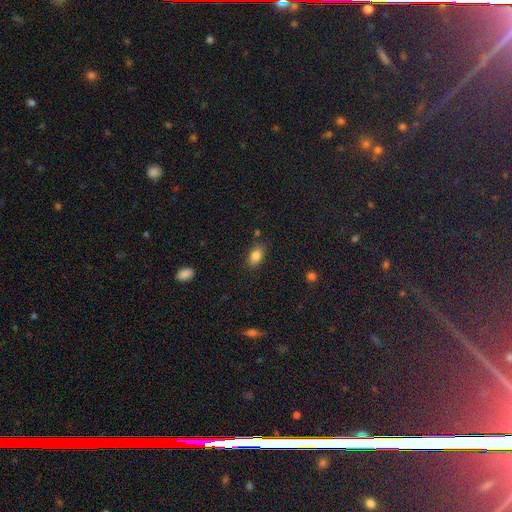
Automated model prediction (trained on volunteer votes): Q: Smooth or featured?
A: smooth (83%); runner-up: star or artifact (9%)
Q: How rounded?
A: in between (87%); runner-up: round (10%)
Q: Merging?
A: none (82%); runner-up: minor disturbance (12%)